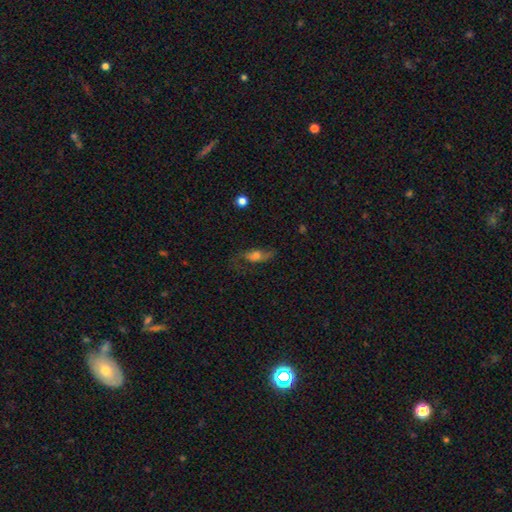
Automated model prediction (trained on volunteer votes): Overall: smooth (52%; featured or disk 37%). How rounded: in between (72%). Merging: none (54%; minor disturbance 23%).